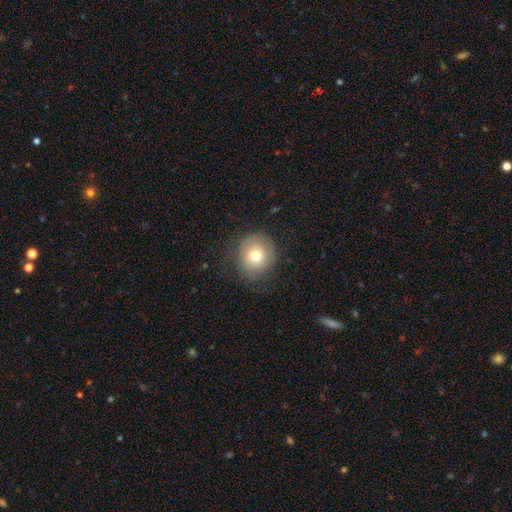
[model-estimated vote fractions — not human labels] This appears to be a smooth galaxy with no disk features (74%) that is round (87%). Merging: none (78%).